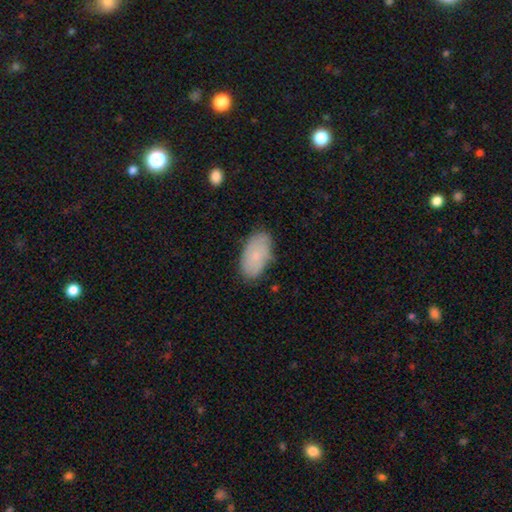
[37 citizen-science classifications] Smooth or featured? smooth (76%)
How rounded? in between (93%)
Merging? none (78%)